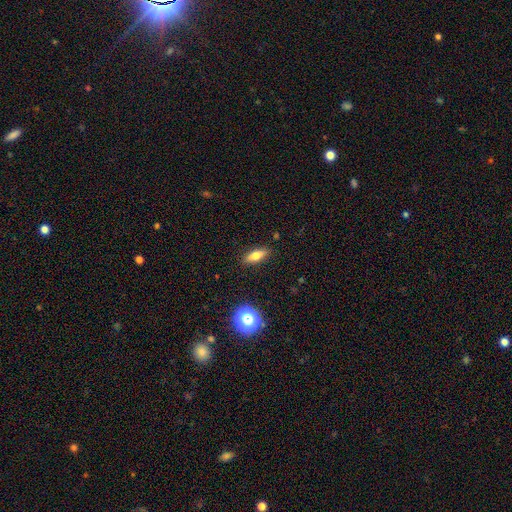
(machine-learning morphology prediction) Smooth or featured? Predicted: smooth (p=0.65). How rounded? Predicted: in between (p=0.60). Merging? Predicted: none (p=0.88).